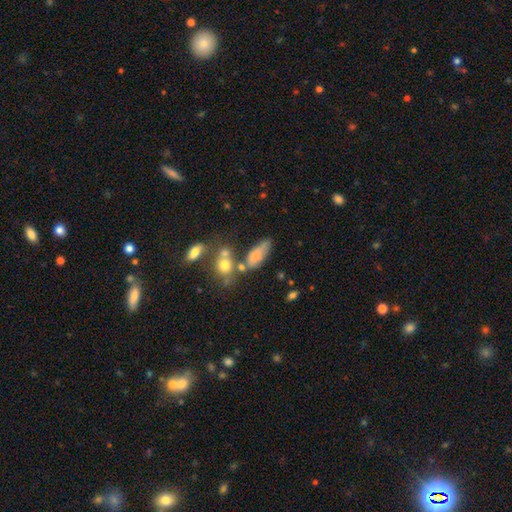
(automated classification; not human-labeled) Smooth or featured? Predicted: smooth (p=0.73). How rounded? Predicted: in between (p=0.69). Merging? Predicted: none (p=0.40).